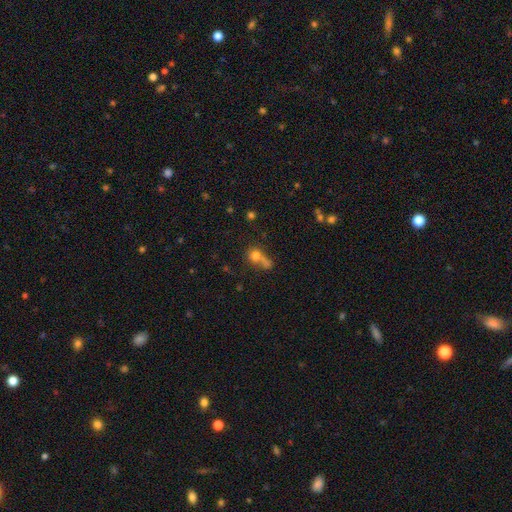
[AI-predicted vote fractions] smooth_or_featured: smooth (p=0.72) [alt: star or artifact p=0.14]
how_rounded: round (p=0.82) [alt: in between p=0.17]
merging: merger (p=0.47) [alt: none p=0.38]